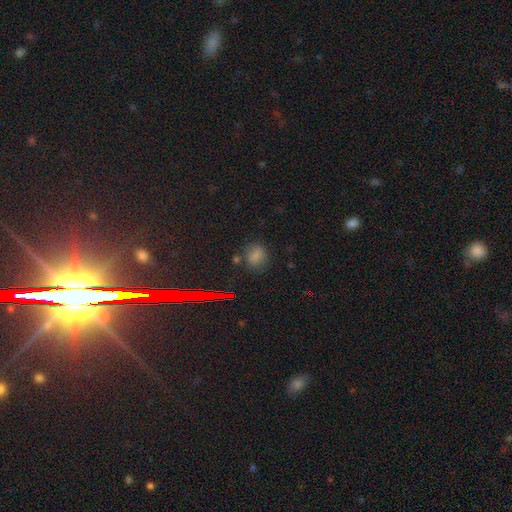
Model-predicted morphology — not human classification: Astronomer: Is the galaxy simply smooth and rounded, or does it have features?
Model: smooth — 70%.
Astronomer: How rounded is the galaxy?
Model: round — 53% (runner-up: in between, 44%).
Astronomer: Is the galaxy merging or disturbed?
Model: none — 73%.